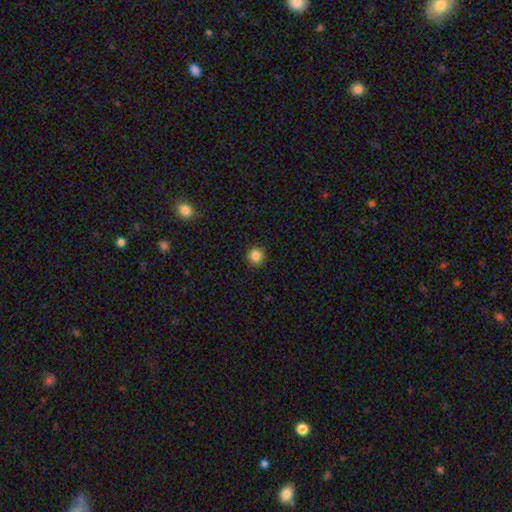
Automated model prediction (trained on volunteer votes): The model was most divided on "smooth or featured": smooth: 86%, star or artifact: 11%, featured or disk: 4%. More confident: how rounded — round (94%); merging — none (92%).